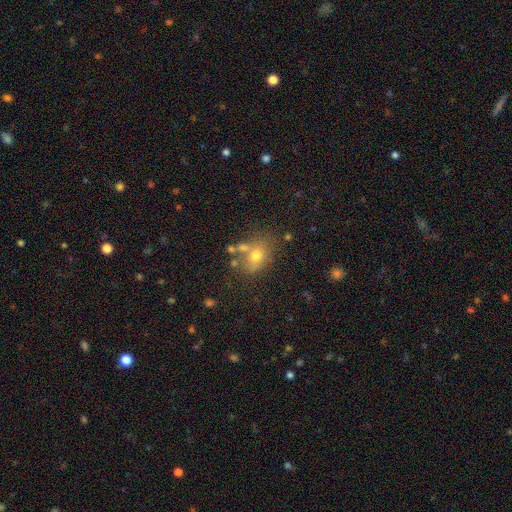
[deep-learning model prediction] A smooth galaxy with no disk features (68%) that is in between round and cigar-shaped (60%). Merging: none (56%).